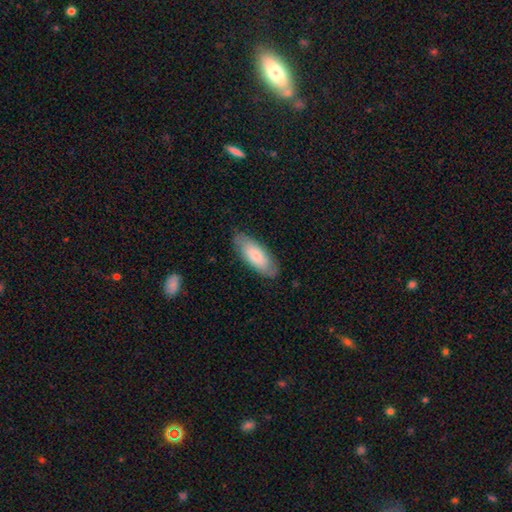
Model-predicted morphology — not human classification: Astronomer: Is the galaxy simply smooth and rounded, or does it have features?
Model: smooth — 76%.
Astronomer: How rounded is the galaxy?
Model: in between — 77%.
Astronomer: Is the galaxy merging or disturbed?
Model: none — 83%.